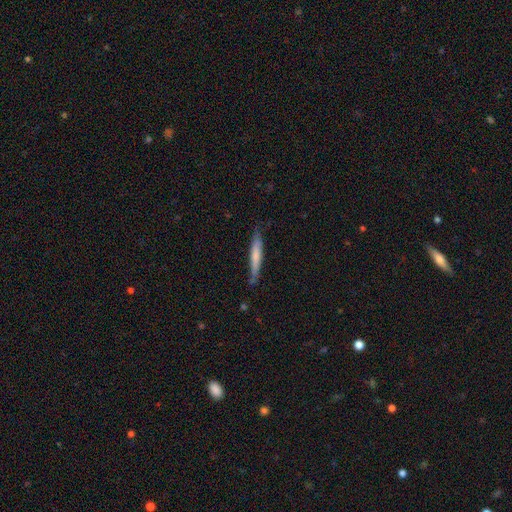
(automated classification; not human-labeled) The model was most divided on "smooth or featured": smooth: 63%, featured or disk: 31%, star or artifact: 5%. More confident: how rounded — cigar-shaped (94%); merging — none (77%).